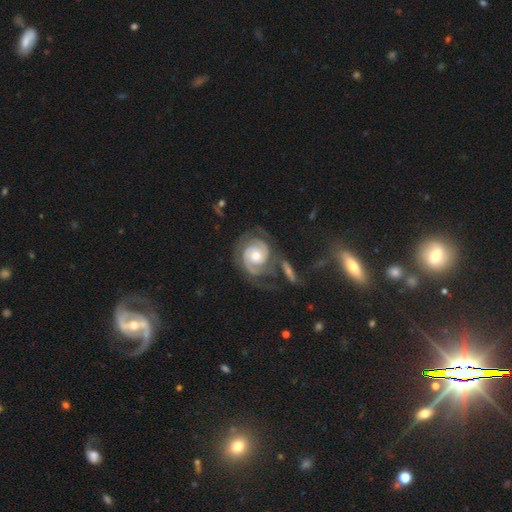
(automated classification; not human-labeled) The model was most divided on "merging": none: 55%, minor disturbance: 18%, major disturbance: 15%, merger: 12%. More confident: spiral arms — yes (98%); edge-on disk — no (98%); smooth or featured — featured or disk (90%); spiral arm count — 2 (78%); spiral winding — tight (69%); bar — no (69%); bulge size — moderate (64%).